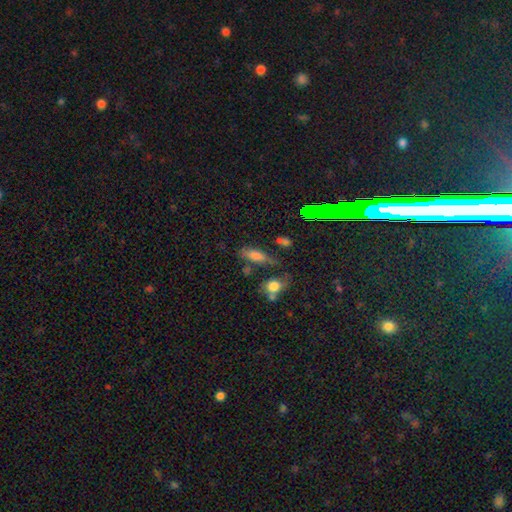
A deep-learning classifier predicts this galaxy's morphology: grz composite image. It shows a smooth galaxy with no disk features (69%) that is in between round and cigar-shaped (56%). Merging: none (59%).